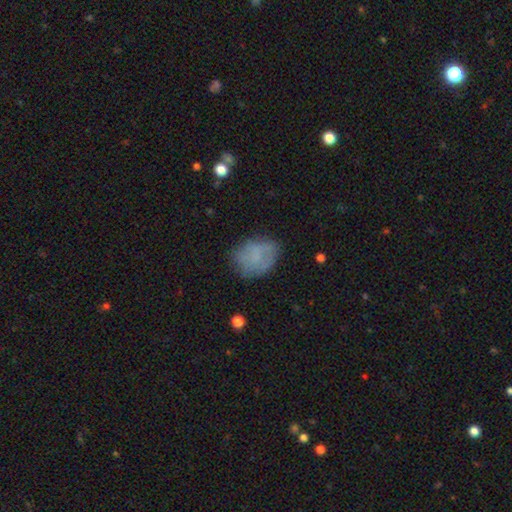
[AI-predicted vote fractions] This is likely a smooth galaxy (70%). How rounded: likely in between (61%). Merging: likely none (64%).